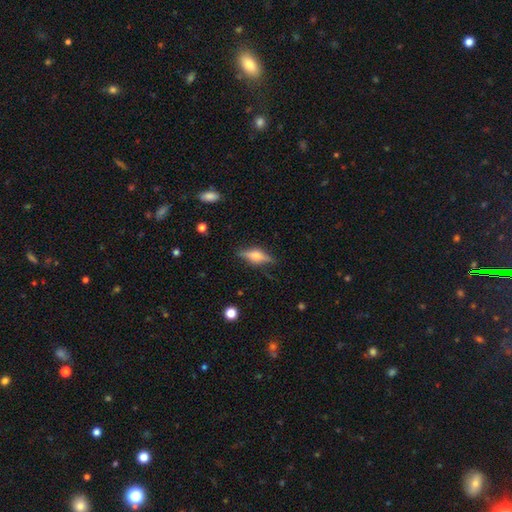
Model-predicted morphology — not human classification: This appears to be a featured or disk galaxy (58%) viewed edge-on (94%) with a rounded central bulge (87%). Merging: none (82%).